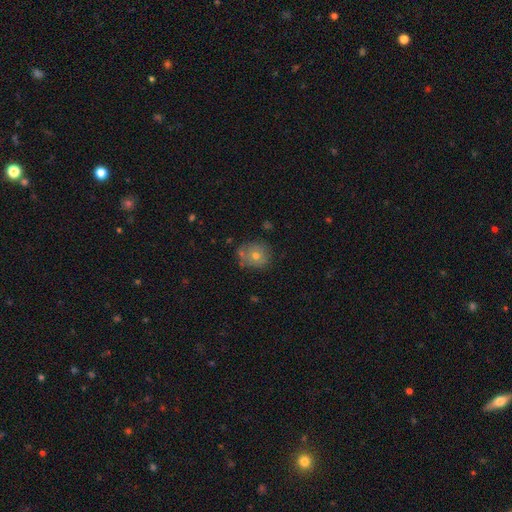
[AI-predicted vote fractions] Smooth or featured: smooth — 66% (featured or disk — 22%)
How rounded: round — 83% (in between — 16%)
Merging: none — 68% (minor disturbance — 19%)